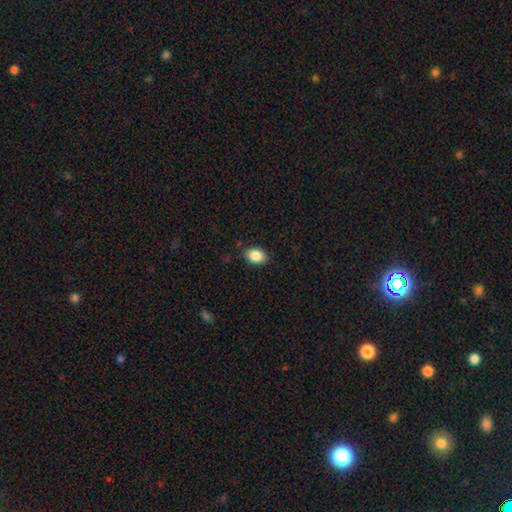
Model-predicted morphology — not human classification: smooth_or_featured: smooth (p=0.87) [alt: star or artifact p=0.08]
how_rounded: in between (p=0.76) [alt: round p=0.23]
merging: none (p=0.86) [alt: minor disturbance p=0.11]